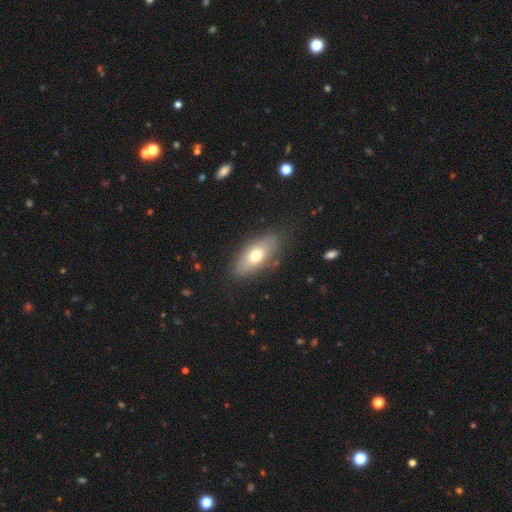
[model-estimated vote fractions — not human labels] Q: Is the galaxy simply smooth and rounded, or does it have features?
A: smooth — 67%.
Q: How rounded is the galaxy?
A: in between — 80%.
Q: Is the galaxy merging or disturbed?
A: none — 82%.